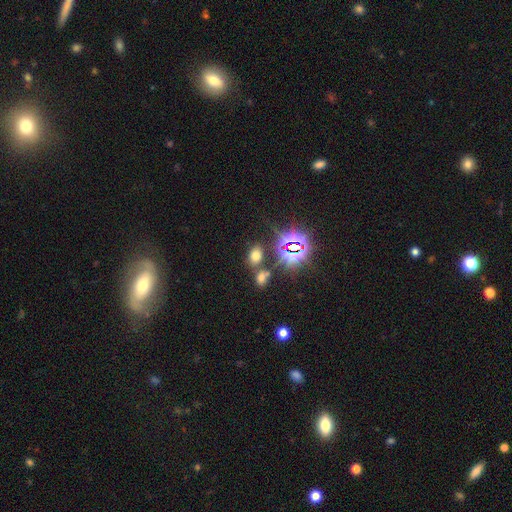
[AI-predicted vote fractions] Smooth or featured?
  - smooth: 55% *
  - star or artifact: 37%
  - featured or disk: 8%
How rounded?
  - in between: 78% *
  - round: 20%
  - cigar-shaped: 2%
Merging?
  - none: 68% *
  - merger: 17%
  - minor disturbance: 10%
  - major disturbance: 4%